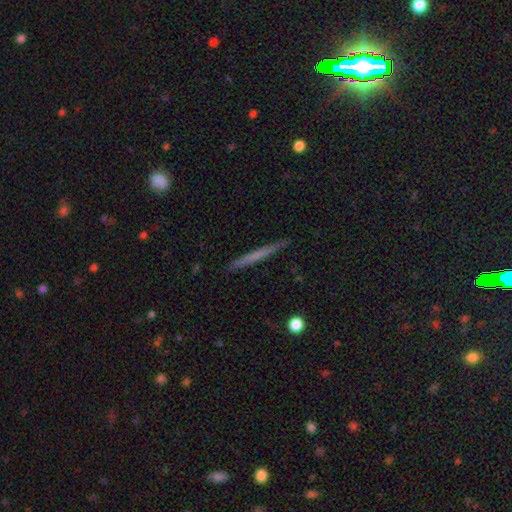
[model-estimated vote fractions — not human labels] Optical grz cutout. It shows a smooth galaxy with no disk features (48%). Merging: none (91%).